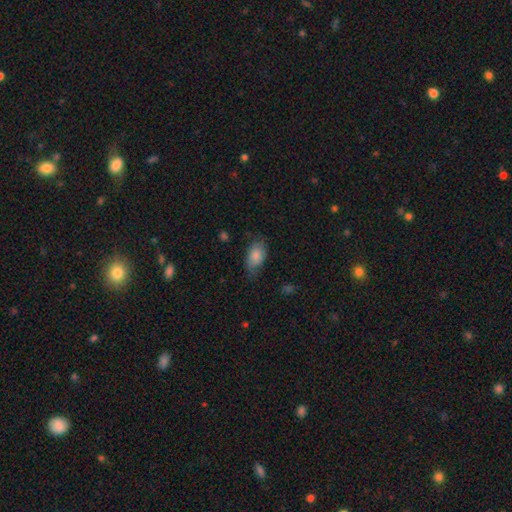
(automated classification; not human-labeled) The model was most divided on "merging": none: 62%, minor disturbance: 28%, major disturbance: 9%, merger: 1%. More confident: how rounded — in between (92%); smooth or featured — smooth (81%).